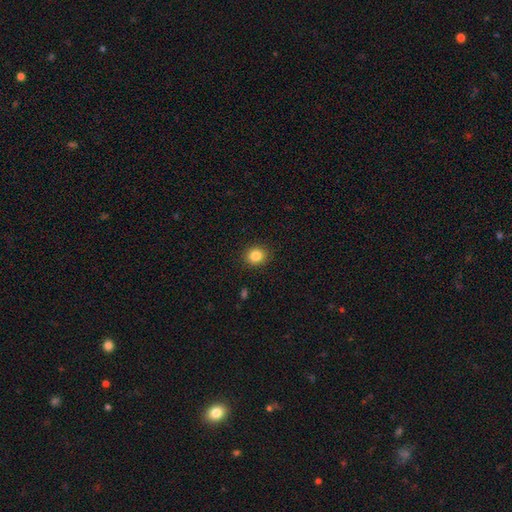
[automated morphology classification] Smooth or featured? Predicted: smooth (p=0.85). How rounded? Predicted: round (p=0.79). Merging? Predicted: none (p=0.90).